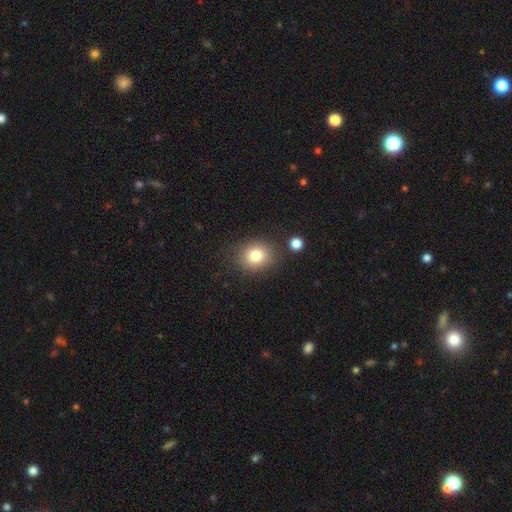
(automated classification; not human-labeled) The model was most divided on "how rounded": round: 69%, in between: 30%, cigar-shaped: 1%. More confident: smooth or featured — smooth (81%); merging — none (81%).